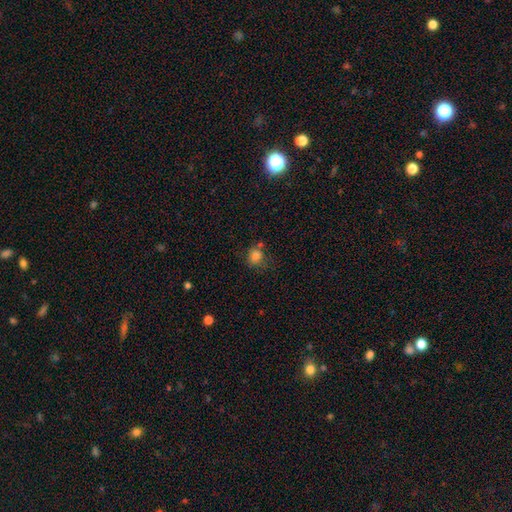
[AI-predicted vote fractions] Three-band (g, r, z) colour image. It shows a smooth galaxy with no disk features (81%) that is round (67%). Merging: none (59%).